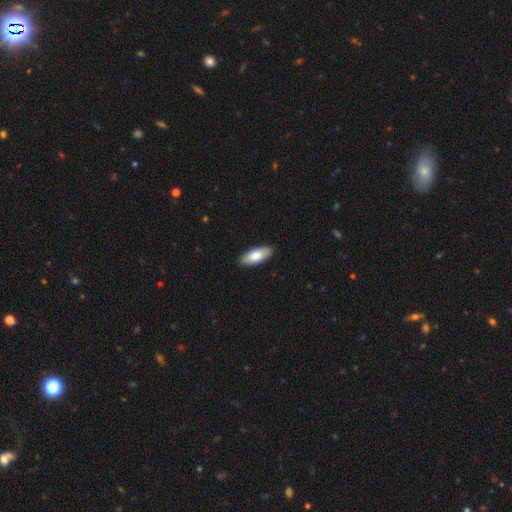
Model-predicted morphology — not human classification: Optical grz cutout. It shows a smooth galaxy with no disk features (79%) that is in between round and cigar-shaped (81%). Merging: none (91%).